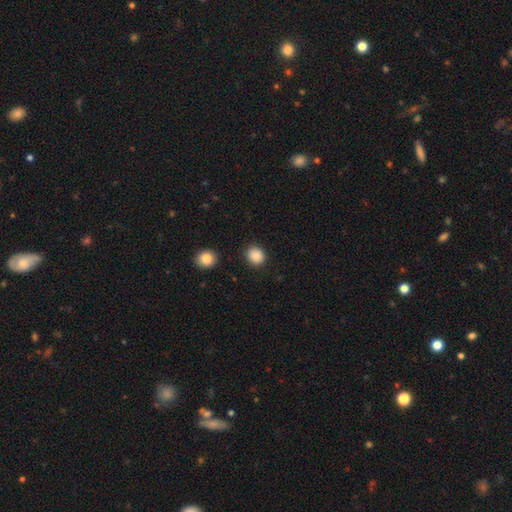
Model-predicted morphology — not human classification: Smooth or featured?
  - smooth: 89% *
  - star or artifact: 9%
  - featured or disk: 3%
How rounded?
  - round: 76% *
  - in between: 23%
  - cigar-shaped: 1%
Merging?
  - none: 88% *
  - minor disturbance: 8%
  - major disturbance: 3%
  - merger: 2%